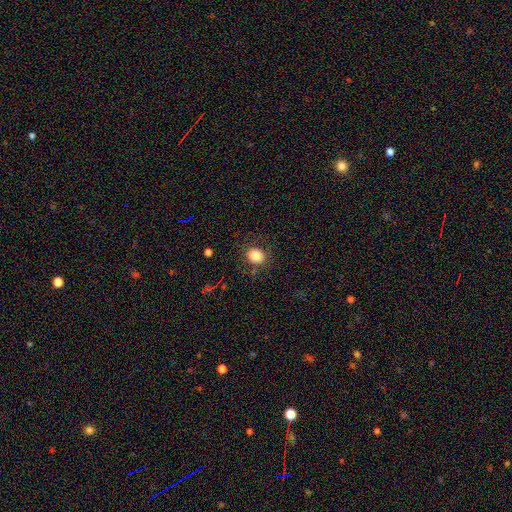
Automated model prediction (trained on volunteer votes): Q: Smooth or featured?
A: smooth (81%); runner-up: star or artifact (11%)
Q: How rounded?
A: round (67%); runner-up: in between (32%)
Q: Merging?
A: none (80%); runner-up: minor disturbance (13%)